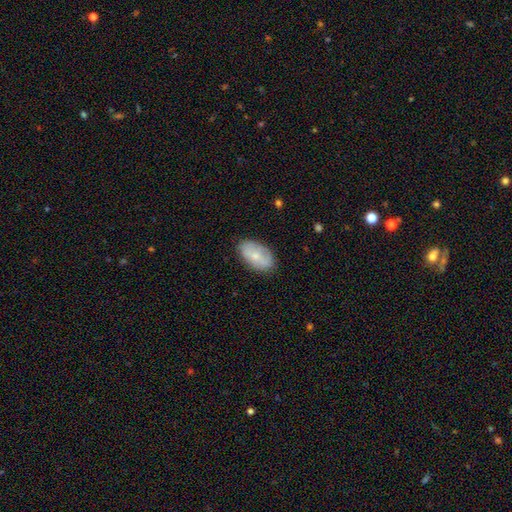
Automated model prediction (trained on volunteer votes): Smooth or featured? smooth (65%)
How rounded? in between (93%)
Merging? none (79%)